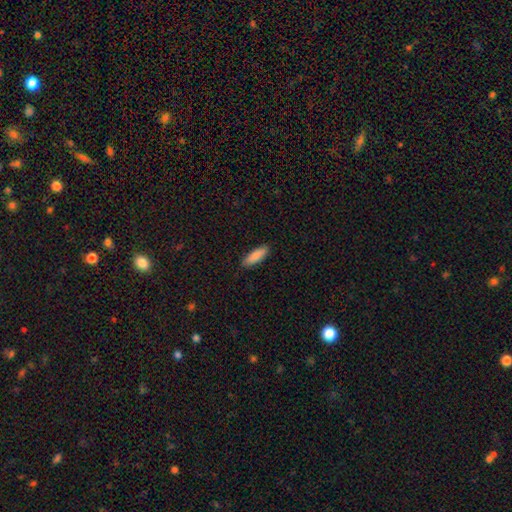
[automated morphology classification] Q: Smooth or featured?
A: smooth (88%); runner-up: featured or disk (7%)
Q: How rounded?
A: cigar-shaped (52%); runner-up: in between (46%)
Q: Merging?
A: none (88%); runner-up: minor disturbance (9%)